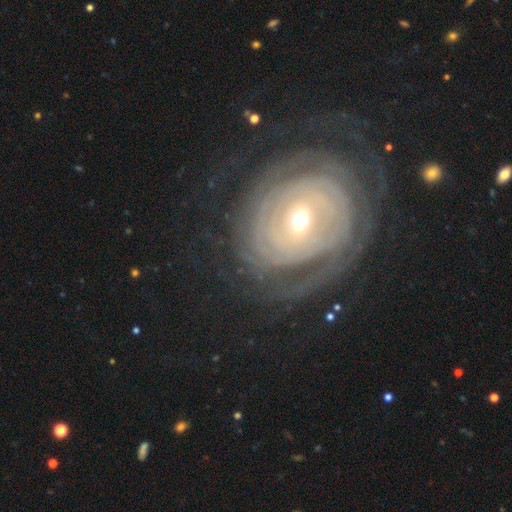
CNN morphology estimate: A featured or disk galaxy (84%) with no bar (48%), tight (82%) spiral arms (92%) and a moderate central bulge (52%). Merging: none (74%).